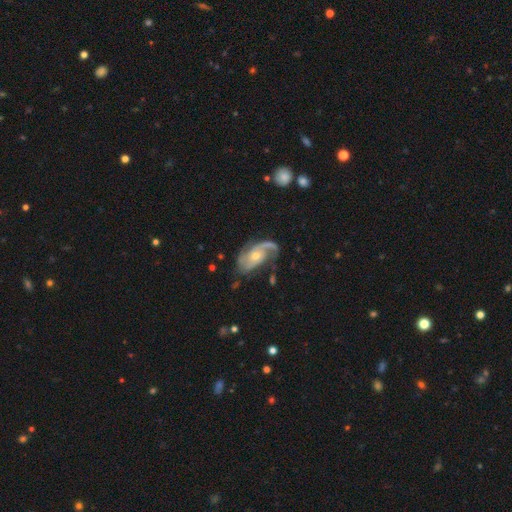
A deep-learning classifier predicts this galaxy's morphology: smooth-or-featured: featured or disk: 87% | smooth: 8% | star or artifact: 5%
  disk-edge-on: no: 96% | yes: 4%
    bar: no: 67% | weak: 26% | strong: 7%
    has-spiral-arms: yes: 96% | no: 4%
      spiral-winding: medium: 46% | tight: 28% | loose: 26%
      spiral-arm-count: 2: 65% | 1: 12% | 3: 10% | can't tell: 8% | 4: 2% | more than 4: 2%
    bulge-size: moderate: 50% | small: 46% | large: 2% | none: 1% | dominant: 1%
  merging: none: 61% | minor disturbance: 22% | major disturbance: 14% | merger: 3%